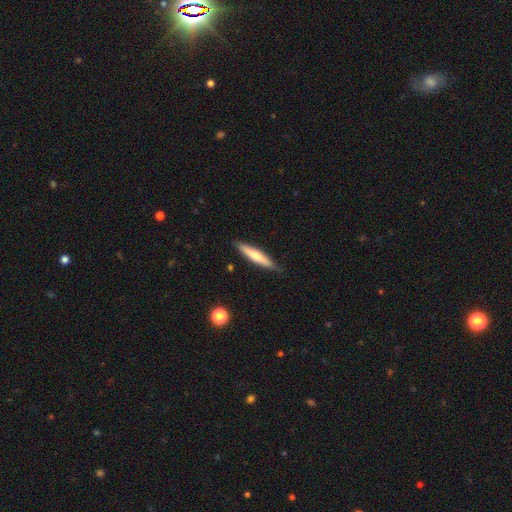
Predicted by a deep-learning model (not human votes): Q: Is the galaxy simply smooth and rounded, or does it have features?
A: smooth — 60%.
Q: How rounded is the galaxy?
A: cigar-shaped — 89%.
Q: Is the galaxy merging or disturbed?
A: none — 87%.